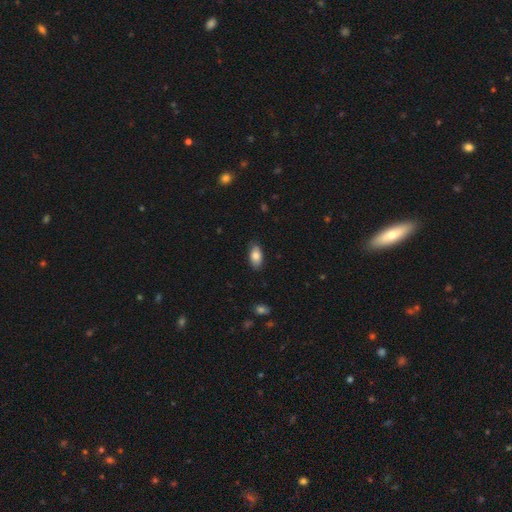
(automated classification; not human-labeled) Smooth or featured? smooth (83%)
How rounded? in between (93%)
Merging? none (83%)